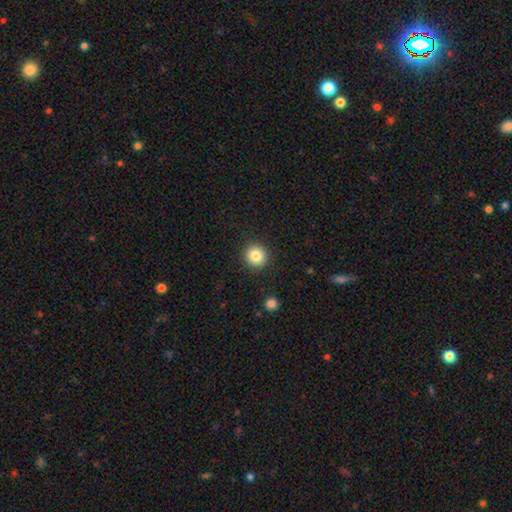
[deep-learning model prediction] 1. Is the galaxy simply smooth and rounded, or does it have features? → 84% smooth, 10% star or artifact, 6% featured or disk.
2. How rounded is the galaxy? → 93% round, 6% in between, 1% cigar-shaped.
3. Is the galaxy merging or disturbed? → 91% none, 5% minor disturbance, 2% major disturbance, 1% merger.